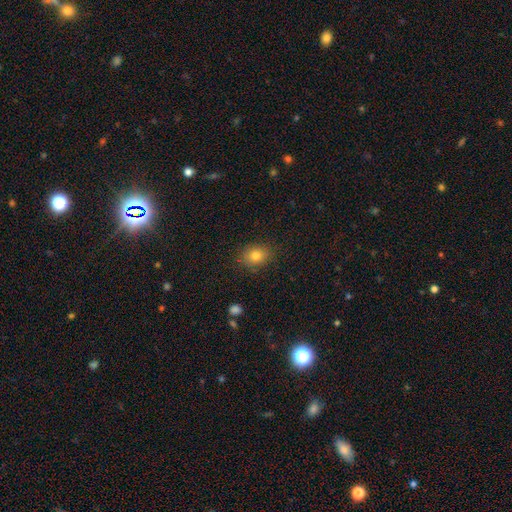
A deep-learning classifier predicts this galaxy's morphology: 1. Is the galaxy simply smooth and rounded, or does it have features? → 80% smooth, 11% star or artifact, 8% featured or disk.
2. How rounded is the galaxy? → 53% in between, 46% round, 1% cigar-shaped.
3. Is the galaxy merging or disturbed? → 85% none, 11% minor disturbance, 3% major disturbance, 1% merger.